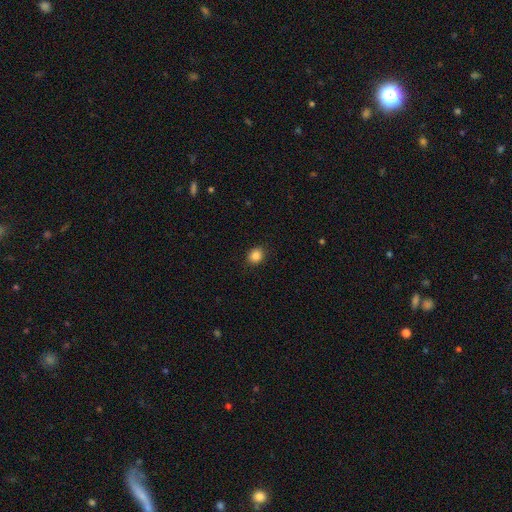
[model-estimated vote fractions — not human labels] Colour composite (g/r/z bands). It shows a smooth galaxy with no disk features (86%) that is round (63%). Merging: none (89%).